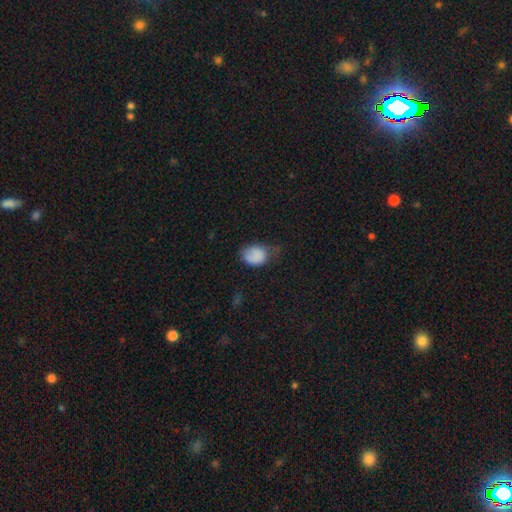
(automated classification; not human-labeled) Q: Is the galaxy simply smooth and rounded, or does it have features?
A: smooth — 82%.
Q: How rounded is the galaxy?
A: in between — 60%.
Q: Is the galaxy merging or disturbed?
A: minor disturbance — 42%.